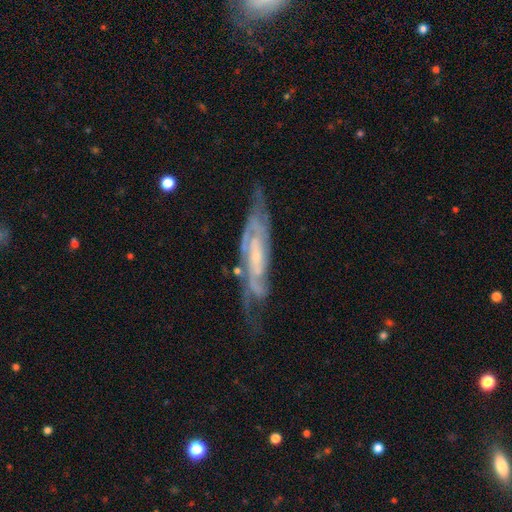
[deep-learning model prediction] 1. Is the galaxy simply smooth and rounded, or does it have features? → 87% featured or disk, 8% smooth, 6% star or artifact.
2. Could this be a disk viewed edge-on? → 79% no, 21% yes.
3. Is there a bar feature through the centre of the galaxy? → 40% no, 38% weak, 21% strong.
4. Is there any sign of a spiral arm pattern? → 95% yes, 5% no.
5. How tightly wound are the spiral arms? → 53% tight, 38% medium, 9% loose.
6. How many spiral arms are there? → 45% 2, 27% can't tell, 15% 3, 6% 4, 4% 1, 4% more than 4.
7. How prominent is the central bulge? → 70% small, 21% moderate, 6% none, 2% large, 1% dominant.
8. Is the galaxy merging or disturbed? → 62% none, 22% minor disturbance, 12% major disturbance, 3% merger.